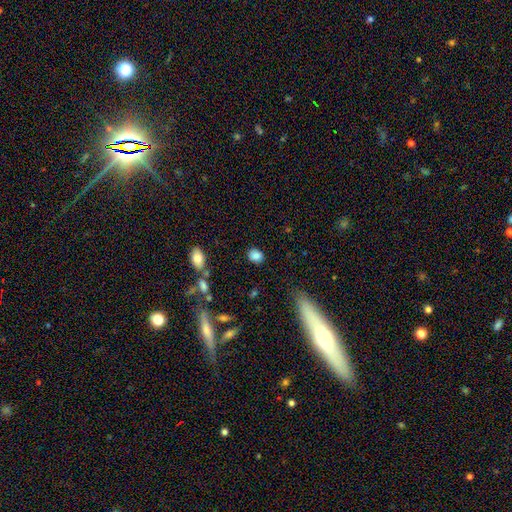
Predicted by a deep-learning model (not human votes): Morphology: type=smooth (85%); roundness=in between (53%); merging=none (83%).